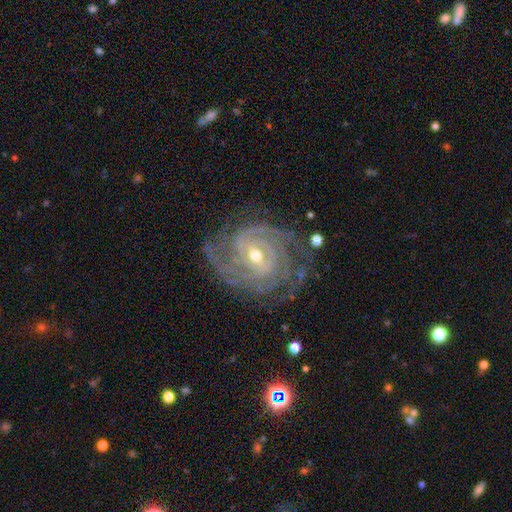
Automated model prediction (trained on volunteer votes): The model was most divided on "spiral arm count": 3: 26%, 2: 22%, can't tell: 20%, 4: 18%, more than 4: 8%, 1: 6%. Remaining: spiral arms — yes (98%); edge-on disk — no (97%); smooth or featured — featured or disk (92%); spiral winding — tight (75%); merging — none (72%); bulge size — moderate (51%); bar — weak (48%).